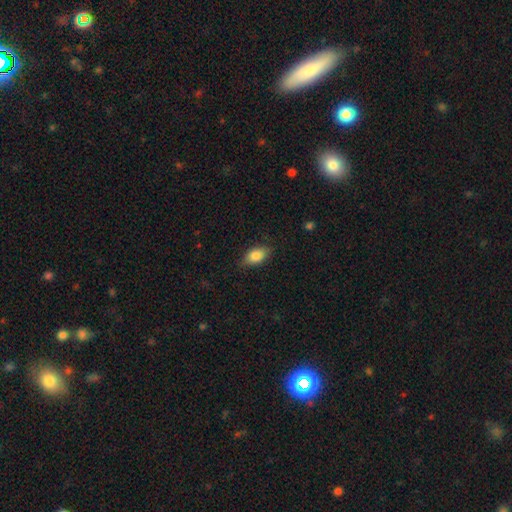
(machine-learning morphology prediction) Smooth or featured? smooth (84%)
How rounded? in between (89%)
Merging? none (81%)